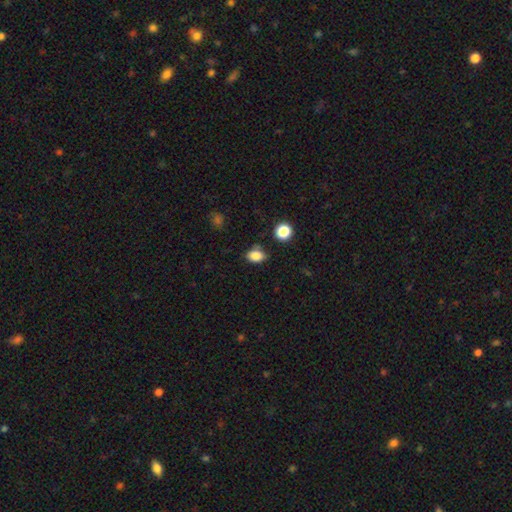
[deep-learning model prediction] Q: Smooth or featured?
A: smooth (84%); runner-up: star or artifact (11%)
Q: How rounded?
A: in between (72%); runner-up: round (27%)
Q: Merging?
A: none (68%); runner-up: minor disturbance (22%)